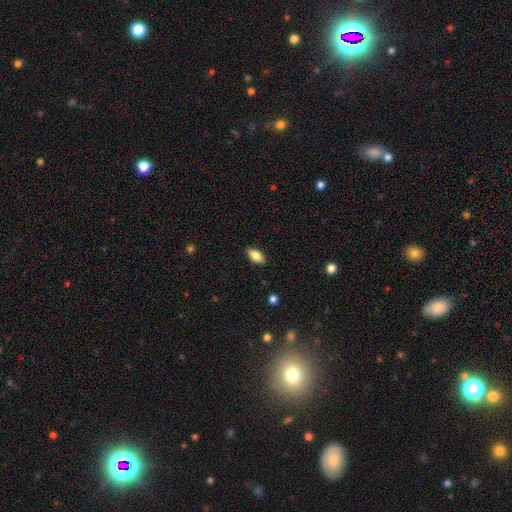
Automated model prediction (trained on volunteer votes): A smooth galaxy with no disk features (83%) that is in between round and cigar-shaped (90%).

Vote fractions:
- Smooth or featured? smooth: 83% / featured or disk: 9% / star or artifact: 7%
- How rounded? in between: 90% / cigar-shaped: 5% / round: 4%
- Merging? none: 86% / minor disturbance: 10% / major disturbance: 2% / merger: 1%